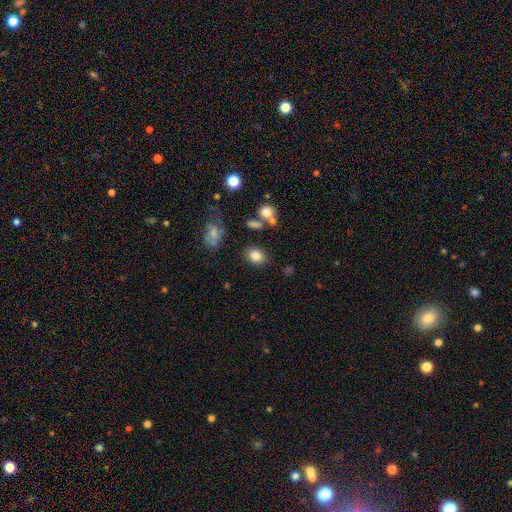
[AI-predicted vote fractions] smooth-or-featured: smooth: 82% | star or artifact: 11% | featured or disk: 7%
  how-rounded: round: 50% | in between: 49% | cigar-shaped: 1%
  merging: none: 82% | minor disturbance: 10% | merger: 4% | major disturbance: 4%